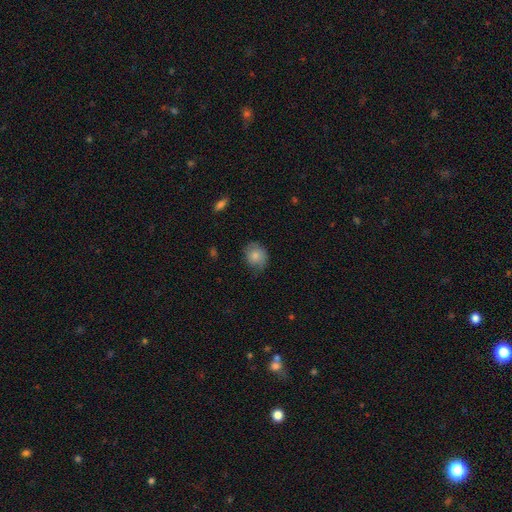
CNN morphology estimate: Smooth or featured? Predicted: smooth (p=0.79). How rounded? Predicted: round (p=0.63). Merging? Predicted: none (p=0.65).